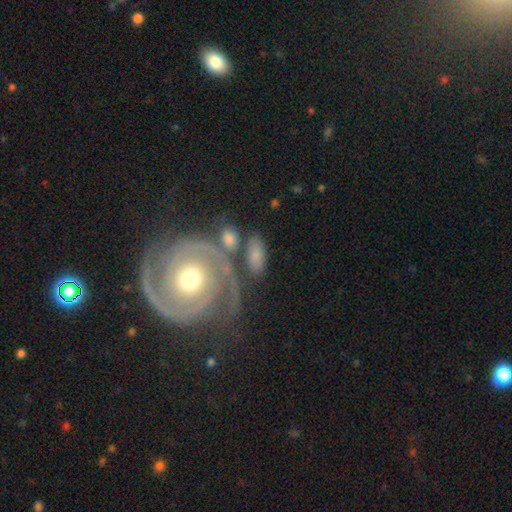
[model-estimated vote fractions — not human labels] A smooth galaxy with no disk features (69%) that is in between round and cigar-shaped (83%).

Vote fractions:
- Smooth or featured? smooth: 69% / featured or disk: 25% / star or artifact: 7%
- How rounded? in between: 83% / cigar-shaped: 10% / round: 7%
- Merging? none: 61% / minor disturbance: 16% / merger: 14% / major disturbance: 8%